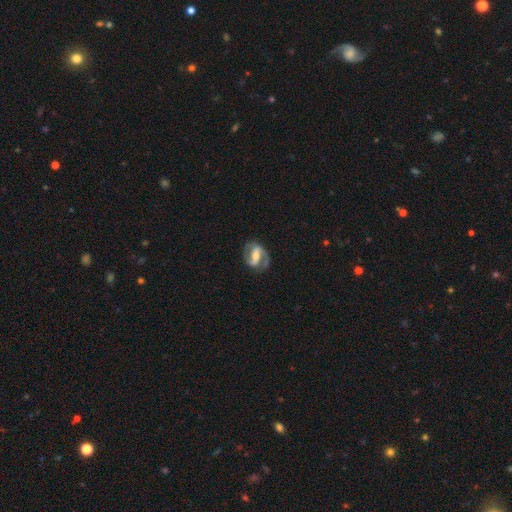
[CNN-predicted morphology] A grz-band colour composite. It shows a featured or disk galaxy (84%) with a strong bar (55%), 2 (87%) medium (51%) spiral arms (92%) and a moderate central bulge (56%). Merging: none (75%).